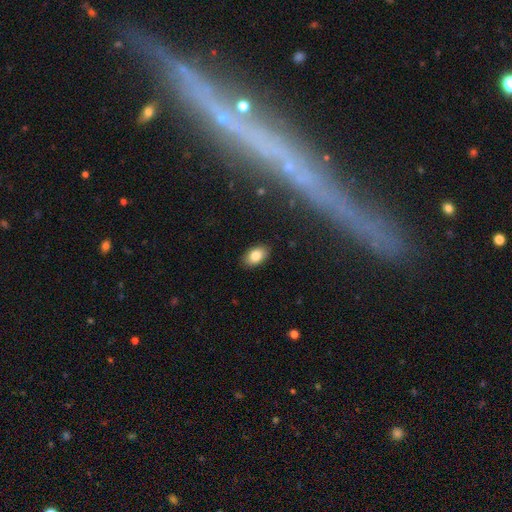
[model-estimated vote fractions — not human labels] Overall: smooth (83%). How rounded: in between (89%). Merging: none (87%).